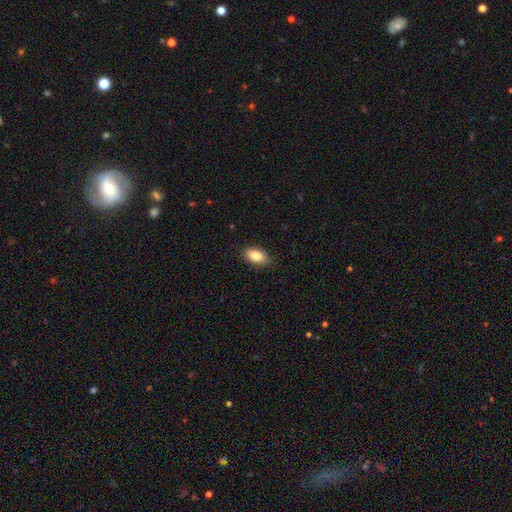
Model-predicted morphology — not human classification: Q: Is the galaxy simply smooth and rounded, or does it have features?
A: smooth — 85%.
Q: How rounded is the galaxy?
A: in between — 91%.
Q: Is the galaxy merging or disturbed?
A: none — 87%.